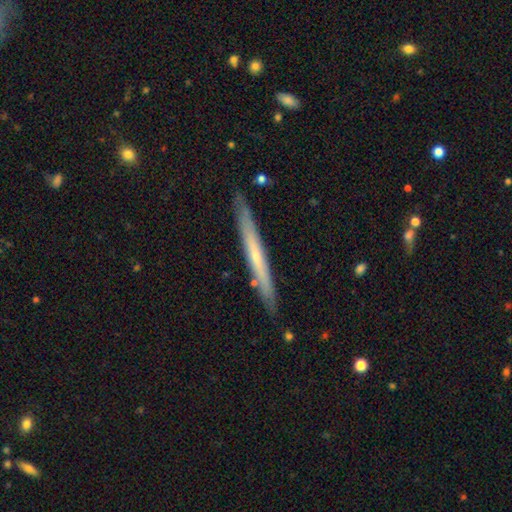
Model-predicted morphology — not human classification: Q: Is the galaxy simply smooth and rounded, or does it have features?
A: featured or disk — 56%.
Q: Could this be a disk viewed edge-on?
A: yes — 95%.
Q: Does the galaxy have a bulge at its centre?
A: none — 66%.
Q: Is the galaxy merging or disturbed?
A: none — 87%.